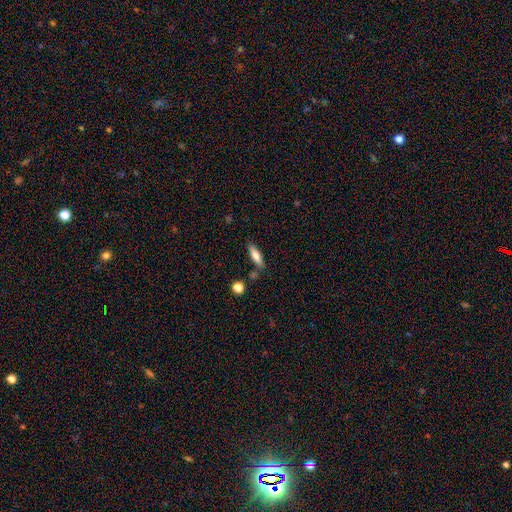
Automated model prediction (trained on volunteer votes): The model was most divided on "how rounded": cigar-shaped: 57%, in between: 41%, round: 2%. More confident: merging — none (78%); smooth or featured — smooth (73%).